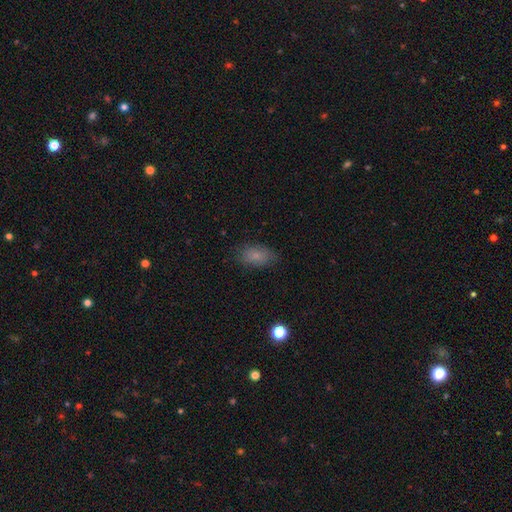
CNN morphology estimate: Q: Smooth or featured?
A: smooth (79%); runner-up: star or artifact (11%)
Q: How rounded?
A: in between (89%); runner-up: round (8%)
Q: Merging?
A: none (80%); runner-up: minor disturbance (15%)